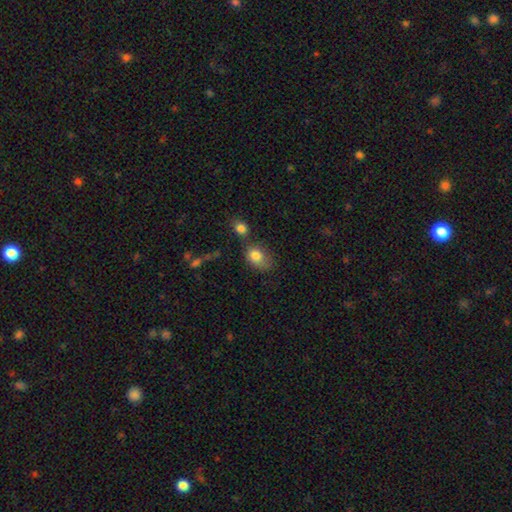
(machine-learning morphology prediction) A smooth galaxy with no disk features (82%) that is in between round and cigar-shaped (67%).

Vote fractions:
- Smooth or featured? smooth: 82% / featured or disk: 9% / star or artifact: 9%
- How rounded? in between: 67% / round: 32% / cigar-shaped: 1%
- Merging? none: 45% / minor disturbance: 23% / merger: 22% / major disturbance: 10%